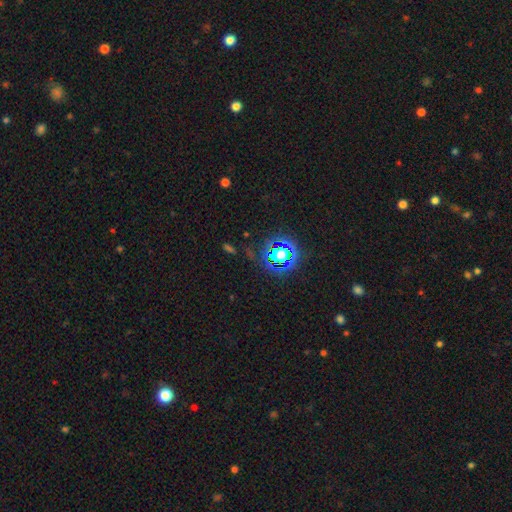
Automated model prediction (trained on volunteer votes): Smooth or featured? star or artifact (78%)